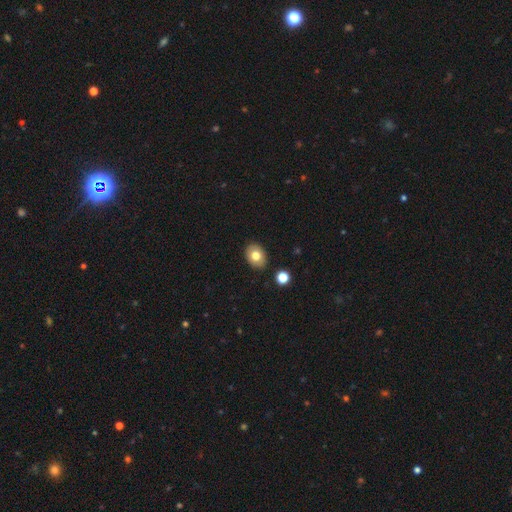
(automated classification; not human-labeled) Q: Smooth or featured?
A: smooth (77%); runner-up: featured or disk (14%)
Q: How rounded?
A: in between (65%); runner-up: round (34%)
Q: Merging?
A: none (87%); runner-up: minor disturbance (8%)